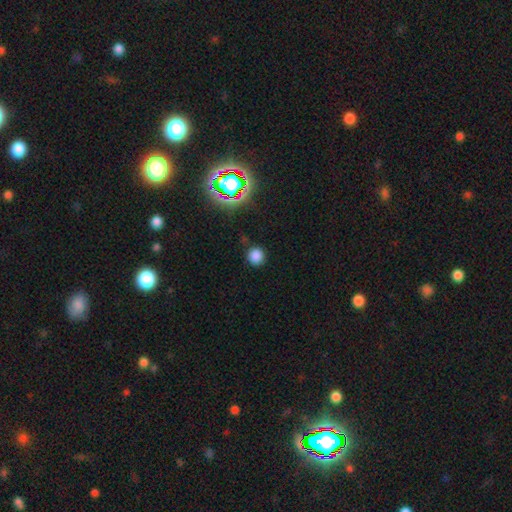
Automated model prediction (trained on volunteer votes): This appears to be a smooth galaxy with no disk features (78%) that is round (93%). Merging: none (88%).